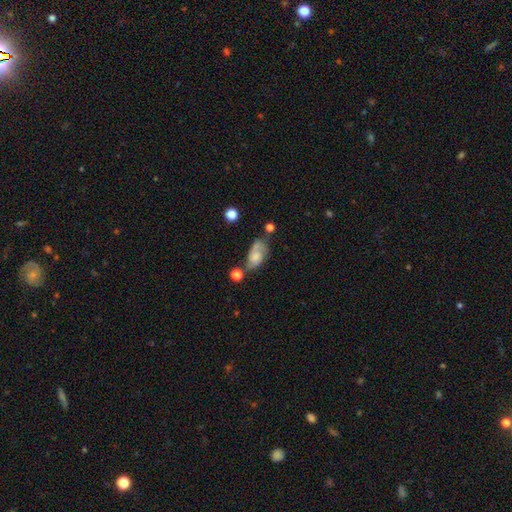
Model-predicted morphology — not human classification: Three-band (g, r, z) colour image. It shows a featured or disk galaxy (46%). Merging: none (41%).